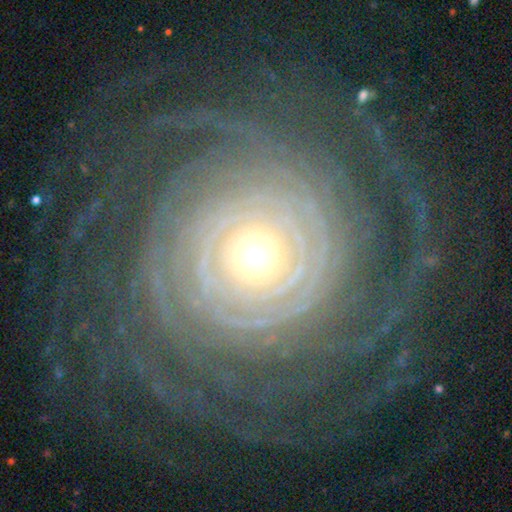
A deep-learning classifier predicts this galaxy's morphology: Smooth or featured: featured or disk — 89% (smooth — 6%)
Edge-on disk: no — 97% (yes — 3%)
Bar: no — 83% (weak — 11%)
Spiral arms: yes — 95% (no — 5%)
Spiral winding: tight — 84% (medium — 10%)
Spiral arm count: can't tell — 25% (more than 4 — 22%)
Bulge size: moderate — 51% (small — 42%)
Merging: none — 74% (minor disturbance — 12%)